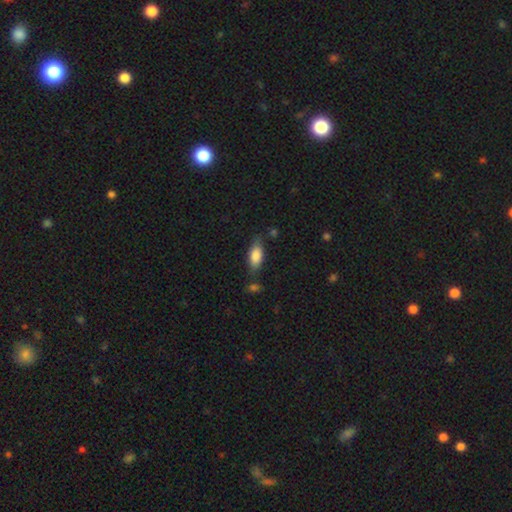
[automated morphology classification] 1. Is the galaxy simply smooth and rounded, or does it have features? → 83% smooth, 10% featured or disk, 7% star or artifact.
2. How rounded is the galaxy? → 83% in between, 14% cigar-shaped, 3% round.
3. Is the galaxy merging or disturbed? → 68% none, 21% minor disturbance, 6% major disturbance, 5% merger.